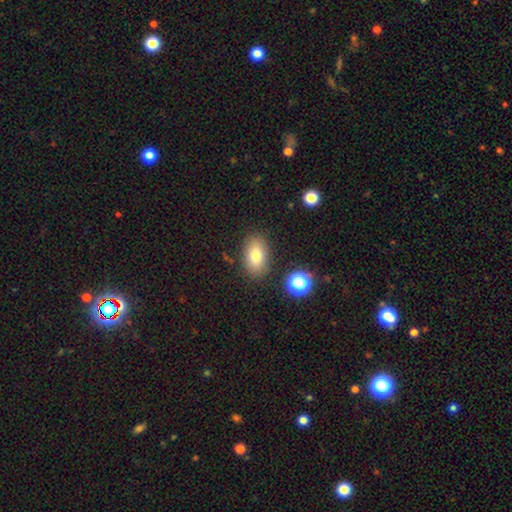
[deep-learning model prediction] Smooth or featured: smooth — 79% (featured or disk — 11%)
How rounded: in between — 87% (round — 11%)
Merging: none — 84% (minor disturbance — 10%)